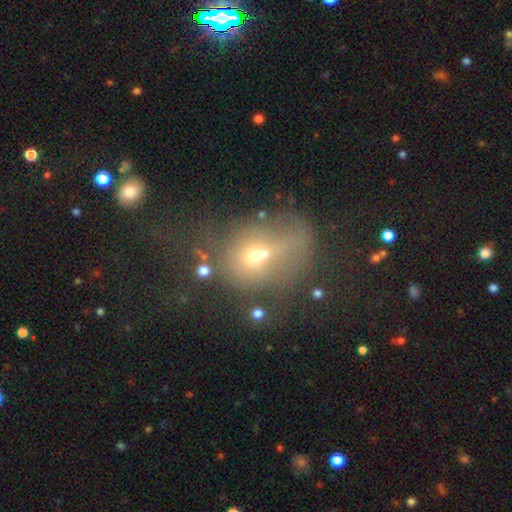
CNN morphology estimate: Smooth or featured: smooth — 52% (featured or disk — 26%)
How rounded: round — 55% (in between — 43%)
Merging: major disturbance — 30% (none — 29%)